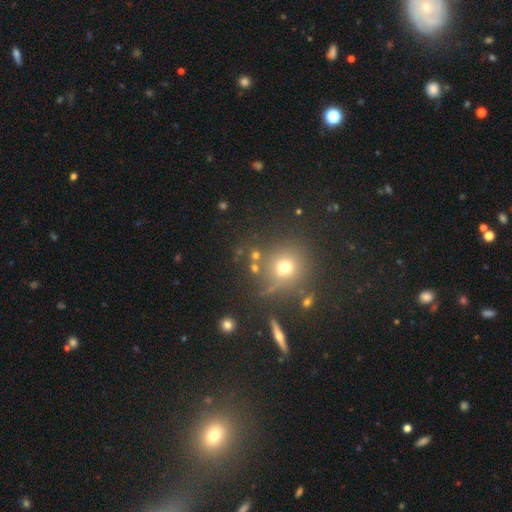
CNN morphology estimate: Smooth or featured? Predicted: smooth (p=0.58). How rounded? Predicted: round (p=0.87). Merging? Predicted: none (p=0.73).